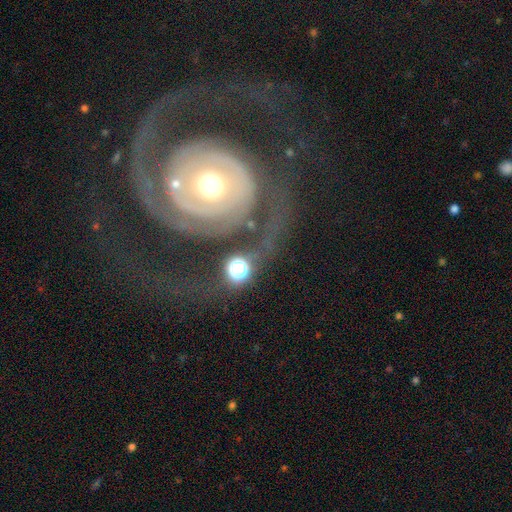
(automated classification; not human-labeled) A featured or disk galaxy (89%) with no bar (72%), 2 (72%) tight (57%) spiral arms (95%) and a moderate central bulge (66%).

Vote fractions:
- Smooth or featured? featured or disk: 89% / smooth: 6% / star or artifact: 5%
- Edge-on disk? no: 98% / yes: 2%
- Bar? no: 72% / weak: 18% / strong: 10%
- Spiral arms? yes: 95% / no: 5%
- Spiral winding? tight: 57% / medium: 32% / loose: 11%
- Spiral arm count? 2: 72% / can't tell: 8% / 1: 7% / 3: 6% / 4: 3% / more than 4: 3%
- Bulge size? moderate: 66% / small: 16% / large: 15% / dominant: 2% / none: 1%
- Merging? none: 58% / major disturbance: 22% / minor disturbance: 14% / merger: 6%